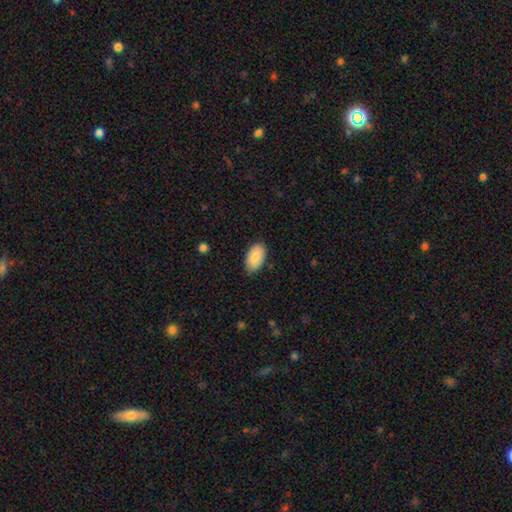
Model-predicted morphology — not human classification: This appears to be a smooth galaxy with no disk features (82%) that is in between round and cigar-shaped (95%). Merging: none (81%).